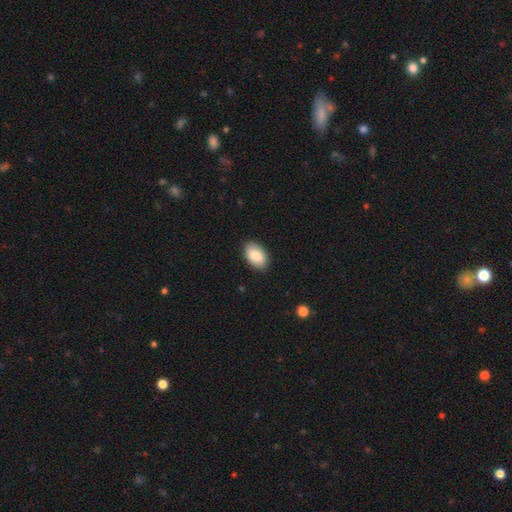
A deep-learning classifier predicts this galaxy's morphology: smooth_or_featured: smooth (p=0.85) [alt: featured or disk p=0.09]
how_rounded: in between (p=0.93) [alt: round p=0.06]
merging: none (p=0.88) [alt: minor disturbance p=0.09]